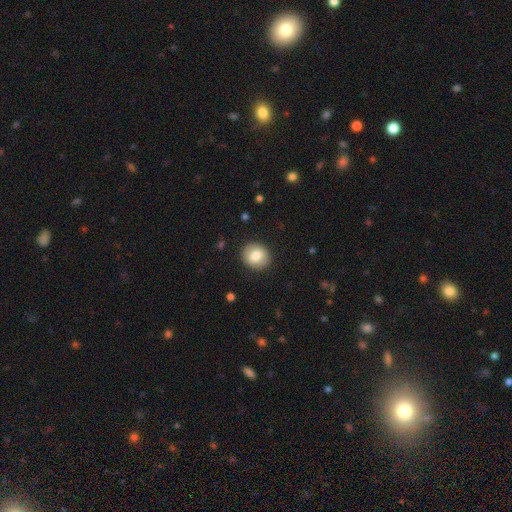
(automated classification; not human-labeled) The model was most divided on "how rounded": round: 81%, in between: 18%, cigar-shaped: 1%. More confident: merging — none (90%); smooth or featured — smooth (78%).